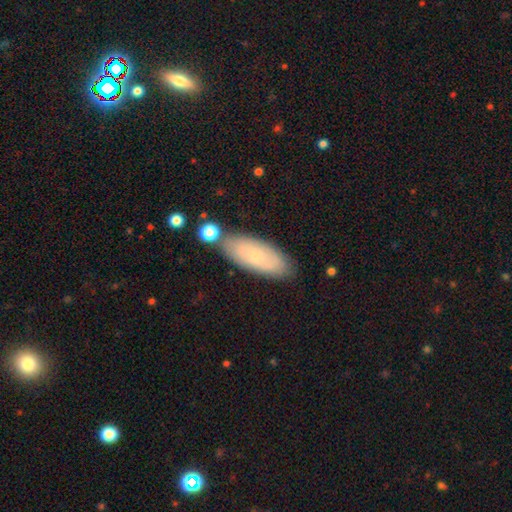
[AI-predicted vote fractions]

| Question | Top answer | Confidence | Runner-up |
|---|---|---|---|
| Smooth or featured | smooth | 67% | featured or disk (25%) |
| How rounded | in between | 75% | cigar-shaped (23%) |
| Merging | none | 74% | minor disturbance (15%) |